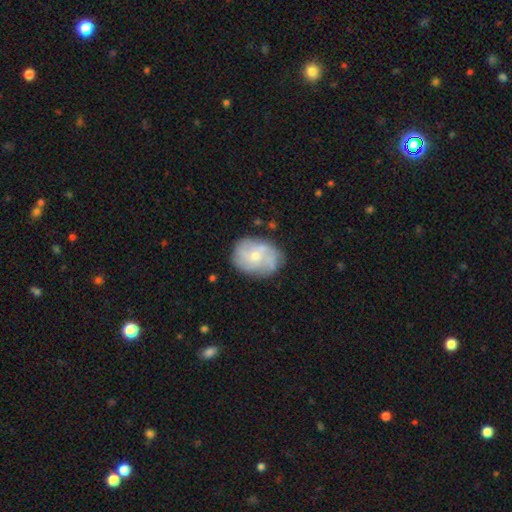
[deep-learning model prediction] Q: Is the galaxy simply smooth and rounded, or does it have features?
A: featured or disk — 53%.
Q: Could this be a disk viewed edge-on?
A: no — 97%.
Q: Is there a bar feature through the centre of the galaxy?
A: no — 77%.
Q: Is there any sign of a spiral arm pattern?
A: yes — 63%.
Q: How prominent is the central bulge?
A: small — 55%.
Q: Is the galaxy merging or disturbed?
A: none — 67%.